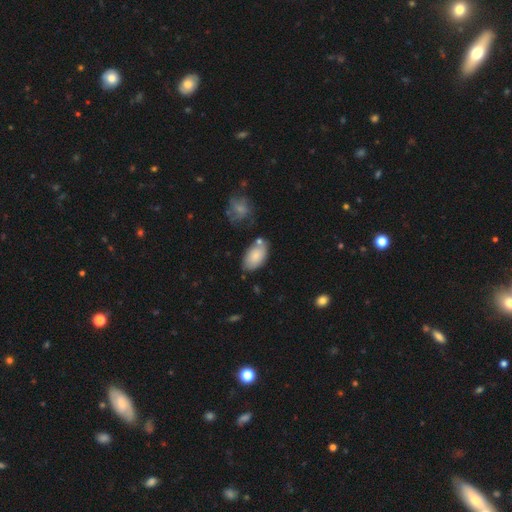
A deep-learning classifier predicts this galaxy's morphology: Smooth or featured?
  - smooth: 81% *
  - featured or disk: 12%
  - star or artifact: 6%
How rounded?
  - in between: 93% *
  - round: 5%
  - cigar-shaped: 2%
Merging?
  - none: 65% *
  - minor disturbance: 19%
  - merger: 11%
  - major disturbance: 5%